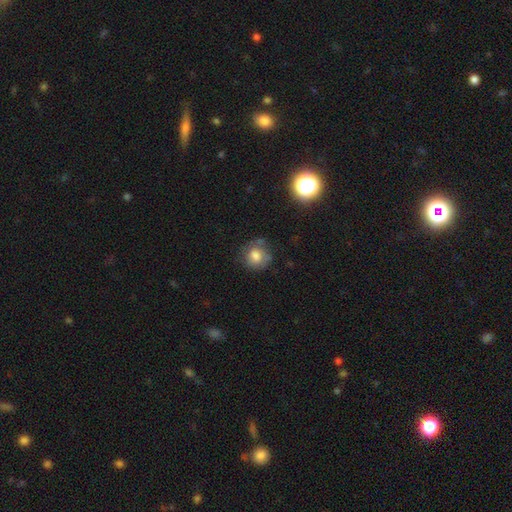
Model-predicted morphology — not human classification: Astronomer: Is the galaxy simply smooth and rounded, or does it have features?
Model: smooth — 71%.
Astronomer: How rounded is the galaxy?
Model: round — 81%.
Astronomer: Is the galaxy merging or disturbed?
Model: none — 65%.